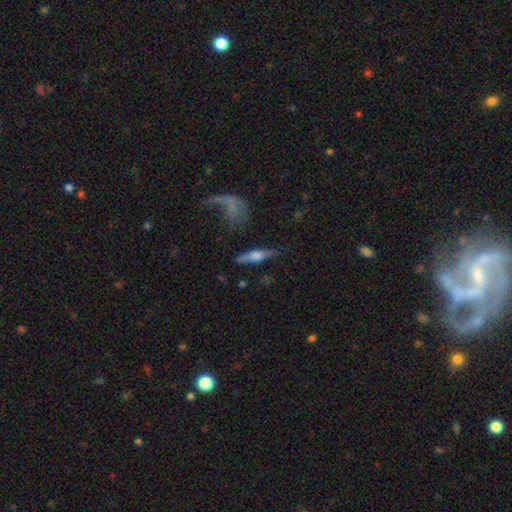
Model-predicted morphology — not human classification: This is possibly a featured or disk galaxy (52%). It is clearly viewed edge-on (91%). Merging: likely none (75%).